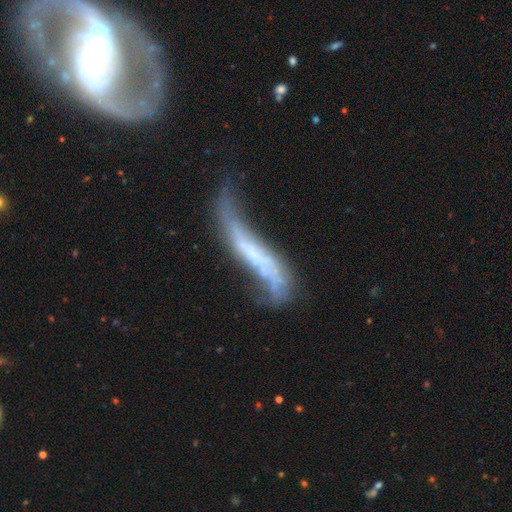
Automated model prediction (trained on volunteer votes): smooth_or_featured: featured or disk (p=0.63) [alt: smooth p=0.28]
disk_edge_on: no (p=0.61) [alt: yes p=0.39]
merging: major disturbance (p=0.36) [alt: none p=0.26]